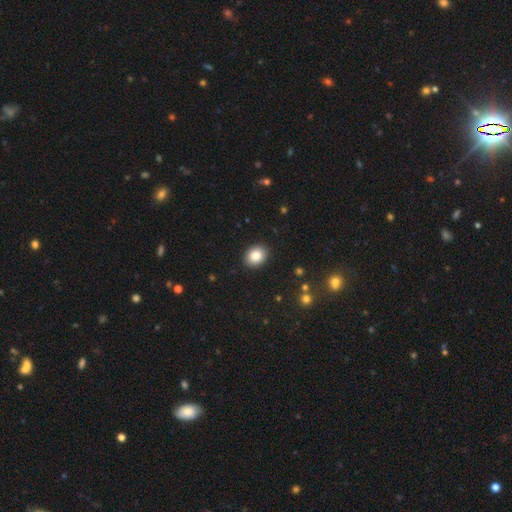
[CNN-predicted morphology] This appears to be a smooth galaxy with no disk features (84%) that is in between round and cigar-shaped (52%). Merging: none (91%).